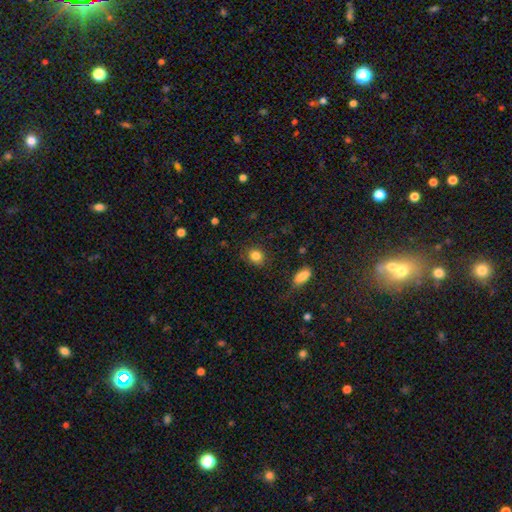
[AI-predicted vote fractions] Overall: smooth (84%). How rounded: round (67%; in between 31%). Merging: none (81%).